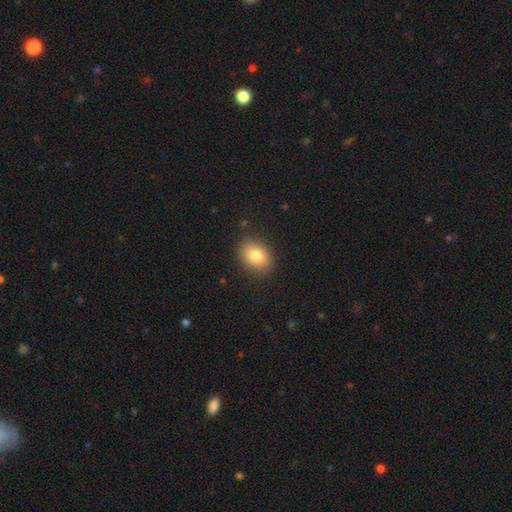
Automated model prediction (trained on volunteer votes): Smooth or featured? Predicted: smooth (p=0.80). How rounded? Predicted: in between (p=0.61). Merging? Predicted: none (p=0.87).